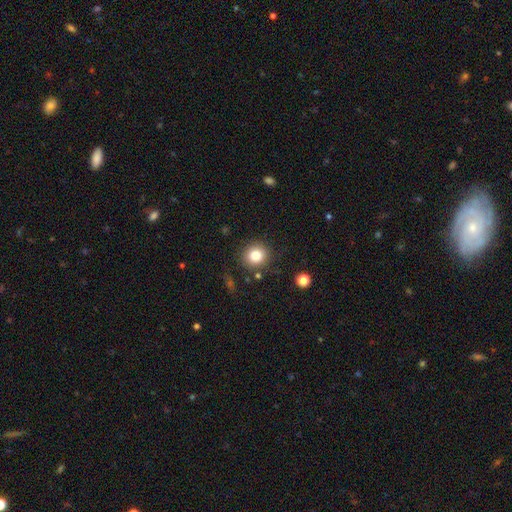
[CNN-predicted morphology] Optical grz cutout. It shows a smooth galaxy with no disk features (83%) that is round (88%). Merging: none (85%).